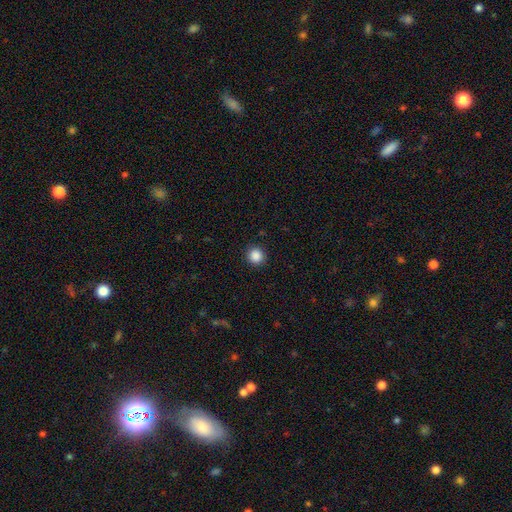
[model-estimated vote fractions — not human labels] A smooth galaxy with no disk features (87%) that is round (92%).

Vote fractions:
- Smooth or featured? smooth: 87% / star or artifact: 10% / featured or disk: 3%
- How rounded? round: 92% / in between: 7% / cigar-shaped: 1%
- Merging? none: 92% / minor disturbance: 5% / major disturbance: 2% / merger: 1%